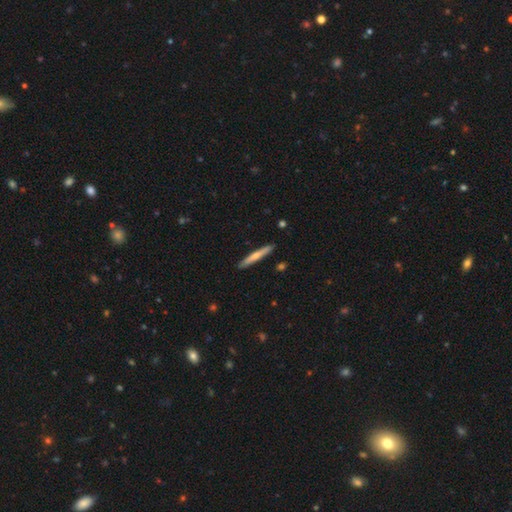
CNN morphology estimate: type=smooth (59%); roundness=cigar-shaped (95%); merging=none (90%).